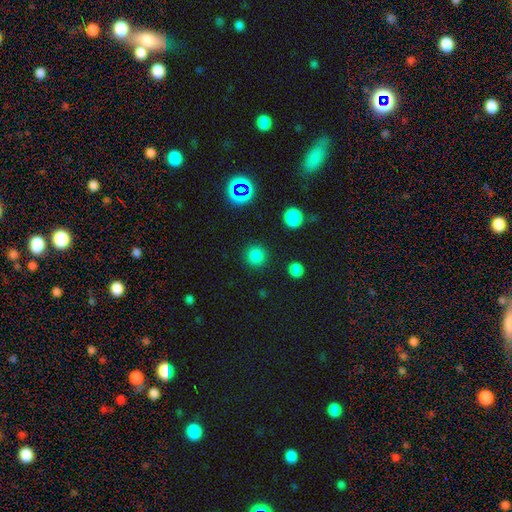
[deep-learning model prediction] Smooth or featured? Predicted: smooth (p=0.80). How rounded? Predicted: round (p=0.93). Merging? Predicted: none (p=0.90).